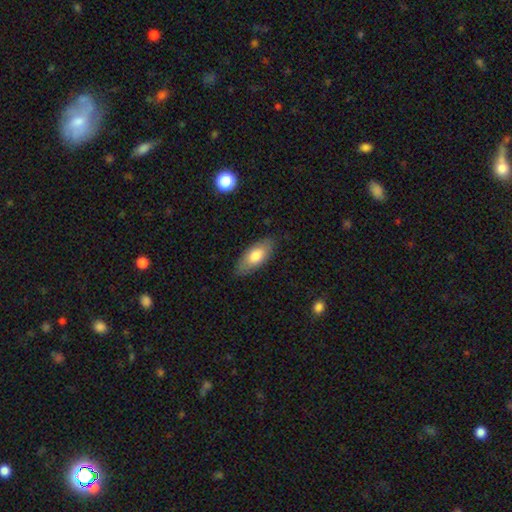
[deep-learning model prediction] Q: Smooth or featured?
A: smooth (75%); runner-up: featured or disk (18%)
Q: How rounded?
A: in between (85%); runner-up: cigar-shaped (13%)
Q: Merging?
A: none (83%); runner-up: minor disturbance (13%)